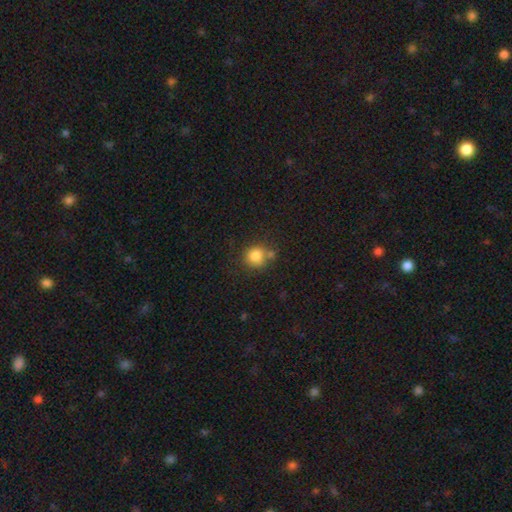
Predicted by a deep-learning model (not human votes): Smooth or featured? Predicted: smooth (p=0.83). How rounded? Predicted: round (p=0.85). Merging? Predicted: none (p=0.62).